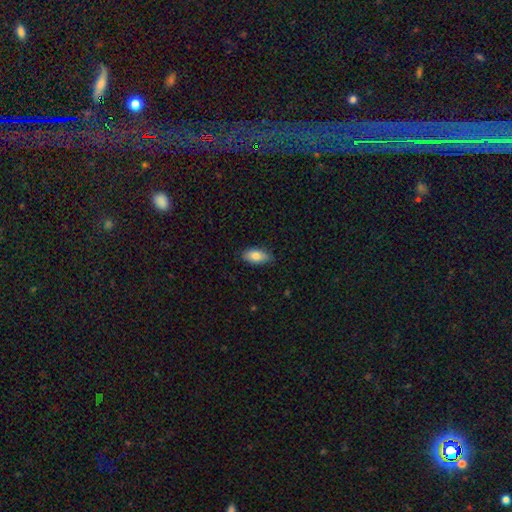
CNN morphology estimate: Smooth or featured: smooth — 84% (featured or disk — 9%)
How rounded: in between — 92% (cigar-shaped — 5%)
Merging: none — 81% (minor disturbance — 16%)